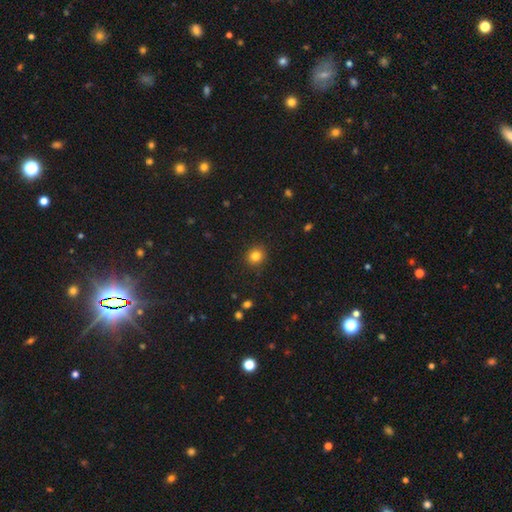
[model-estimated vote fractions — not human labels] Morphology: type=smooth (82%); roundness=round (83%); merging=none (90%).